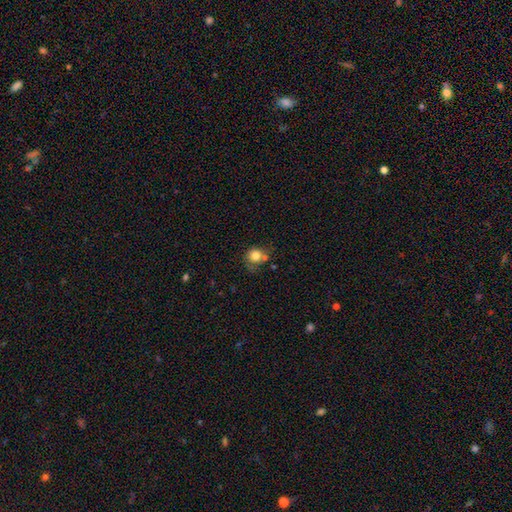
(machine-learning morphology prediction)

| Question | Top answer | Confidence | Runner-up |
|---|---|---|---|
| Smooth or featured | smooth | 79% | featured or disk (11%) |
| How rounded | round | 81% | in between (18%) |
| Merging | none | 45% | merger (22%) |